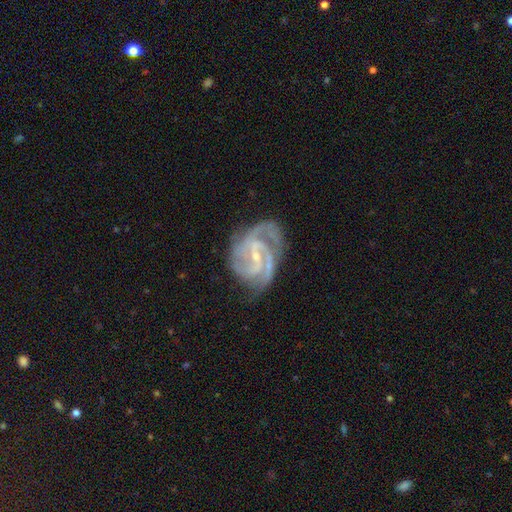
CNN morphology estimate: smooth_or_featured: featured or disk (p=0.90) [alt: star or artifact p=0.06]
disk_edge_on: no (p=0.98) [alt: yes p=0.02]
bar: weak (p=0.49) [alt: strong p=0.26]
has_spiral_arms: yes (p=0.98) [alt: no p=0.02]
spiral_winding: tight (p=0.46) [tied with: medium p=0.46]
spiral_arm_count: 3 (p=0.46) [alt: 2 p=0.20]
bulge_size: small (p=0.73) [alt: moderate p=0.20]
merging: none (p=0.67) [alt: minor disturbance p=0.20]